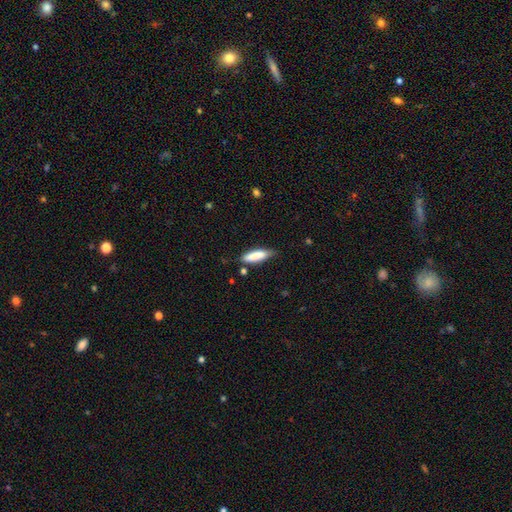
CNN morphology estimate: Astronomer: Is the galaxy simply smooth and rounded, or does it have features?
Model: smooth — 82%.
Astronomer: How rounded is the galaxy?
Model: cigar-shaped — 60% (runner-up: in between, 39%).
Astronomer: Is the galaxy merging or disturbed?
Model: none — 69%.